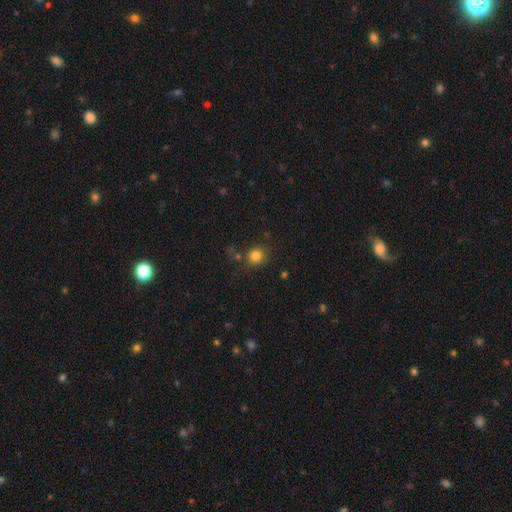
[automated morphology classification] Overall: smooth (82%). How rounded: round (89%). Merging: none (80%).